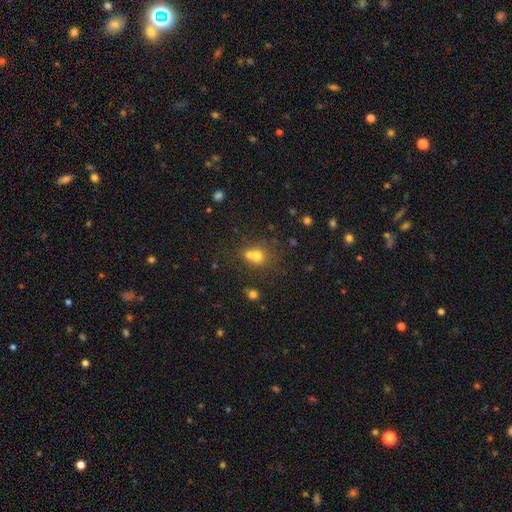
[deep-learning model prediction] Overall: smooth (67%). How rounded: round (75%). Merging: merger (49%; none 40%).